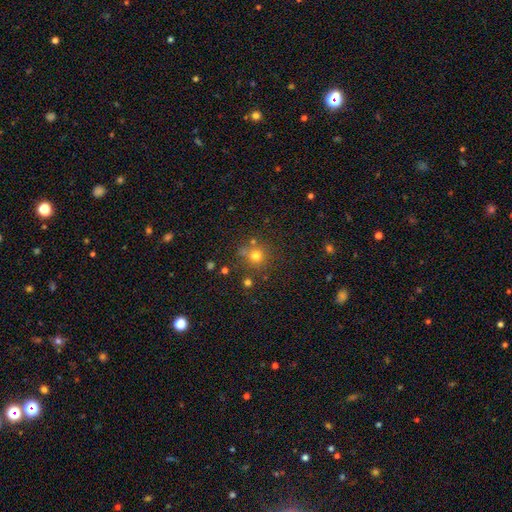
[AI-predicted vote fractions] Q: Smooth or featured?
A: smooth (72%); runner-up: star or artifact (19%)
Q: How rounded?
A: round (89%); runner-up: in between (10%)
Q: Merging?
A: none (72%); runner-up: minor disturbance (12%)